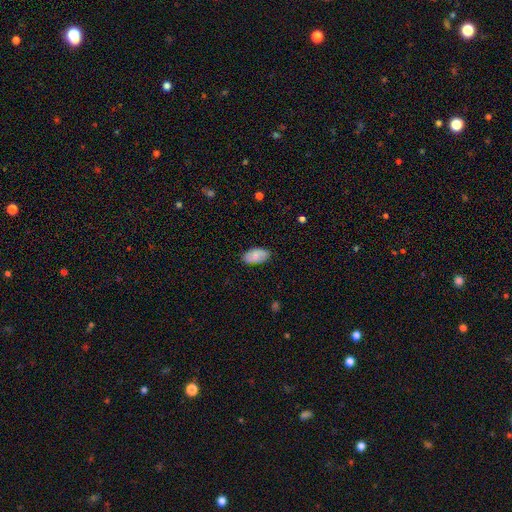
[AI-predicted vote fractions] Morphology: type=smooth (82%); roundness=in between (95%); merging=none (85%).